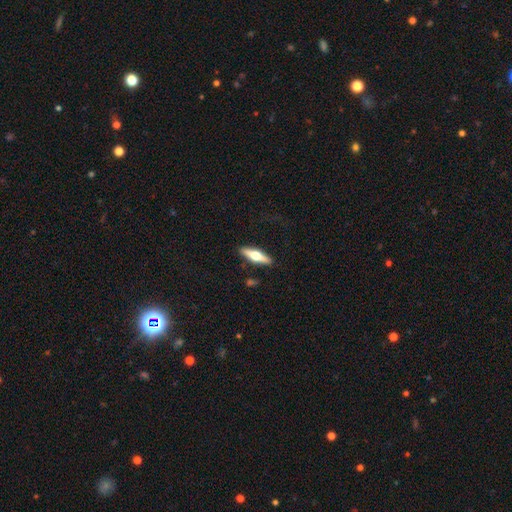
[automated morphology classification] Q: Smooth or featured?
A: featured or disk (53%); runner-up: smooth (42%)
Q: Edge-on disk?
A: yes (93%); runner-up: no (7%)
Q: Merging?
A: none (86%); runner-up: minor disturbance (10%)